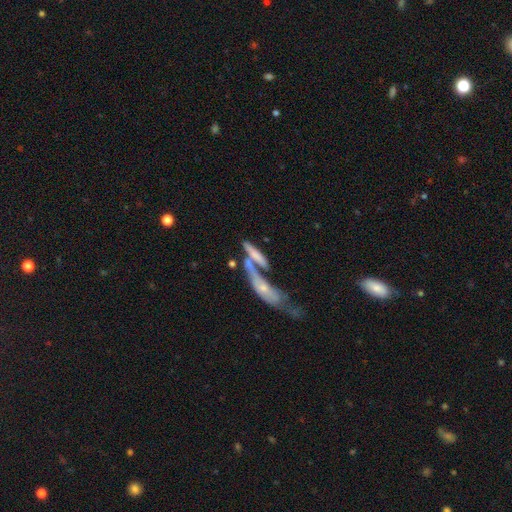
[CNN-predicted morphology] Smooth or featured?
  - smooth: 56% *
  - featured or disk: 35%
  - star or artifact: 8%
How rounded?
  - cigar-shaped: 74% *
  - in between: 23%
  - round: 3%
Merging?
  - merger: 53% *
  - none: 28%
  - minor disturbance: 11%
  - major disturbance: 8%